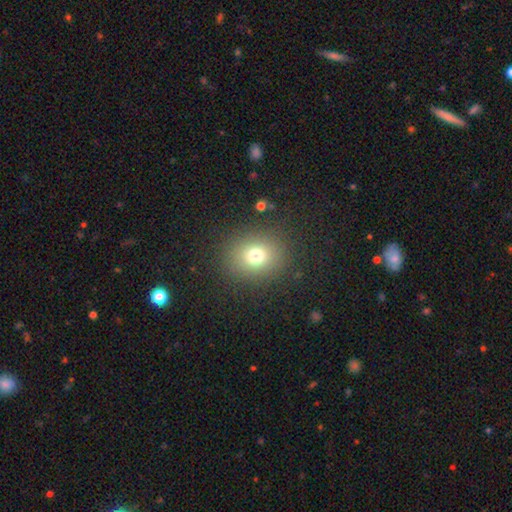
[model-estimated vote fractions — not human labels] Overall: smooth (74%). How rounded: round (72%). Merging: none (86%).